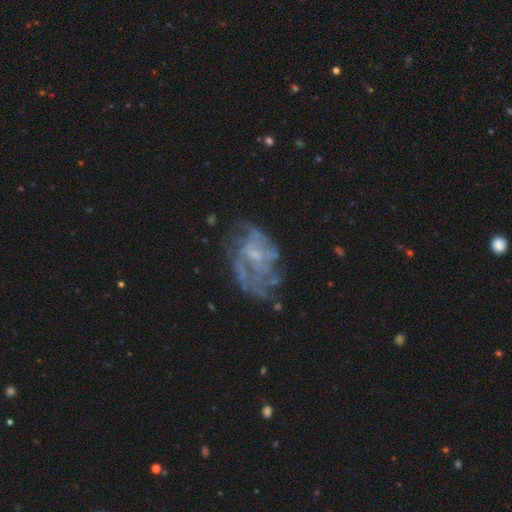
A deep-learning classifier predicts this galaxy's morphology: A featured or disk galaxy (75%) with no bar (62%), spiral arms (67%) and a small central bulge (58%).

Vote fractions:
- Smooth or featured? featured or disk: 75% / smooth: 13% / star or artifact: 11%
- Edge-on disk? no: 97% / yes: 3%
- Bar? no: 62% / weak: 32% / strong: 6%
- Spiral arms? yes: 67% / no: 33%
- Bulge size? small: 58% / none: 21% / moderate: 19% / large: 1% / dominant: 1%
- Merging? none: 50% / major disturbance: 25% / minor disturbance: 21% / merger: 4%